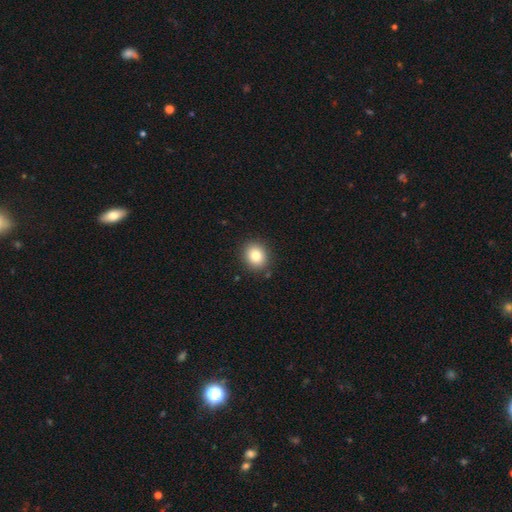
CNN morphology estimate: smooth 81%, star or artifact 10%, featured or disk 9%. Down the decision tree: how rounded — round (73%); merging — none (89%).